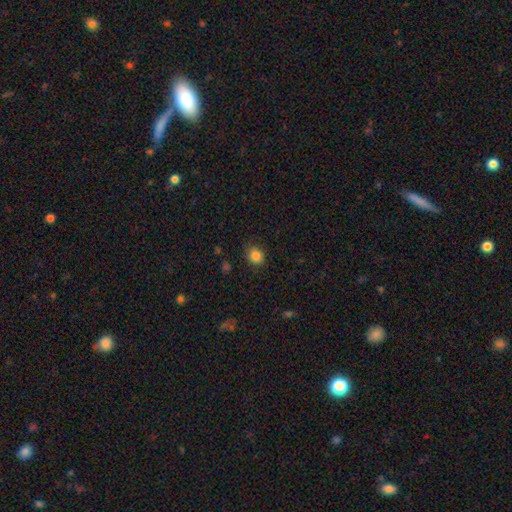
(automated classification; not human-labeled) Smooth or featured? smooth (85%)
How rounded? round (60%)
Merging? none (82%)